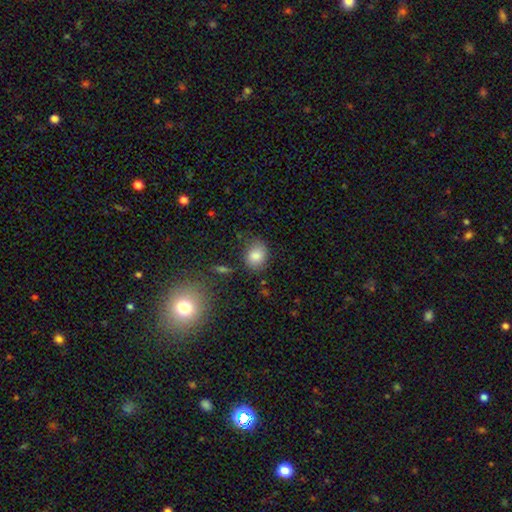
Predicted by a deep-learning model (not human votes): smooth-or-featured: smooth: 83% | star or artifact: 10% | featured or disk: 8%
  how-rounded: in between: 50% | round: 49% | cigar-shaped: 1%
  merging: none: 73% | minor disturbance: 18% | major disturbance: 5% | merger: 4%